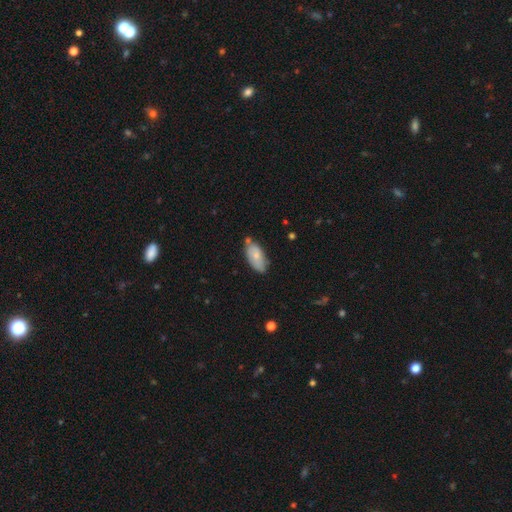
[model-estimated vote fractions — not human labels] Overall: smooth (71%). How rounded: in between (91%). Merging: none (61%; minor disturbance 26%).